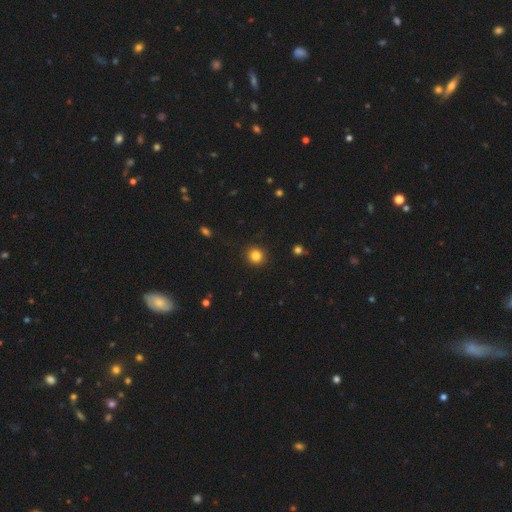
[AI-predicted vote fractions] This appears to be a smooth galaxy with no disk features (84%) that is round (92%). Merging: none (92%).